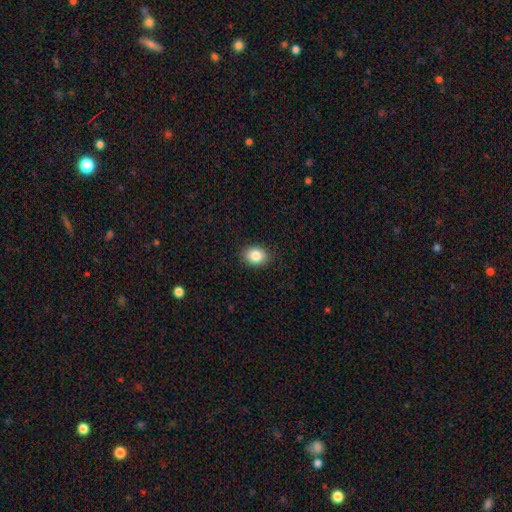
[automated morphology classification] This appears to be a smooth galaxy with no disk features (85%) that is in between round and cigar-shaped (66%). Merging: none (89%).